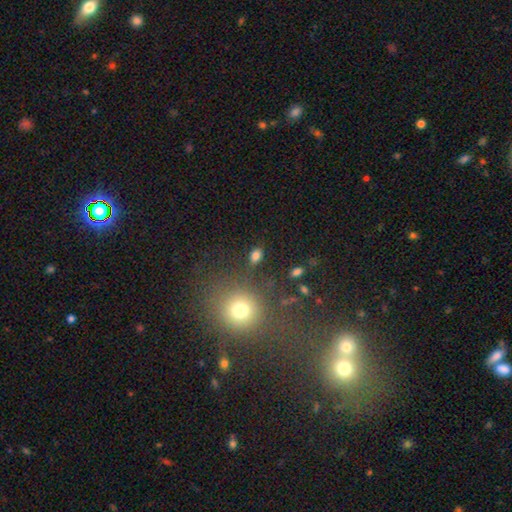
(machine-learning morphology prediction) Overall: smooth (80%). How rounded: in between (79%). Merging: none (80%).